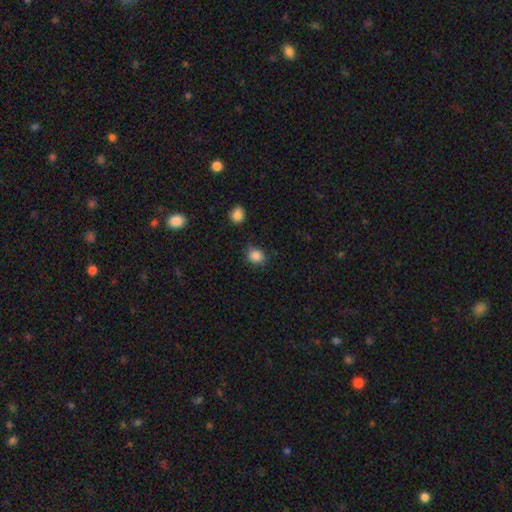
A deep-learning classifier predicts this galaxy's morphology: smooth_or_featured: smooth (p=0.86) [alt: star or artifact p=0.10]
how_rounded: round (p=0.60) [alt: in between p=0.39]
merging: none (p=0.78) [alt: minor disturbance p=0.16]